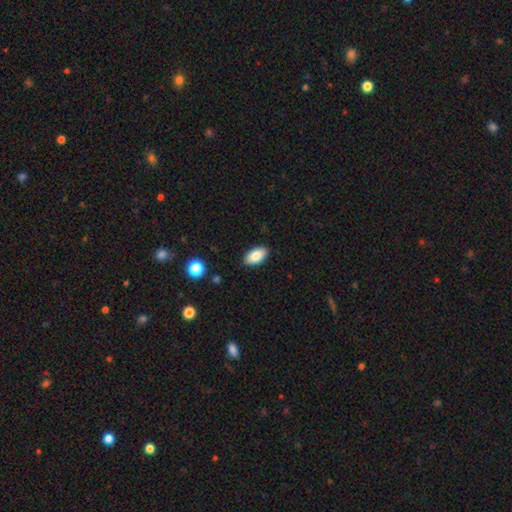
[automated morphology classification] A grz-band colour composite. It shows a smooth galaxy with no disk features (84%) that is in between round and cigar-shaped (93%). Merging: none (88%).